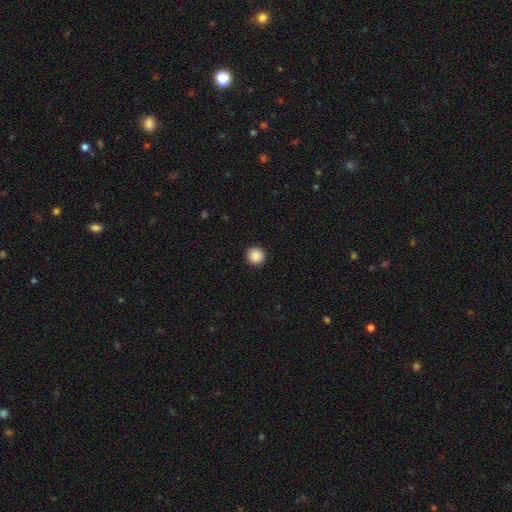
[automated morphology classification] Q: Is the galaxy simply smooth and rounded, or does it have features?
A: smooth — 89%.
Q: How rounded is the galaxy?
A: round — 94%.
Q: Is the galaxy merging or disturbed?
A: none — 93%.